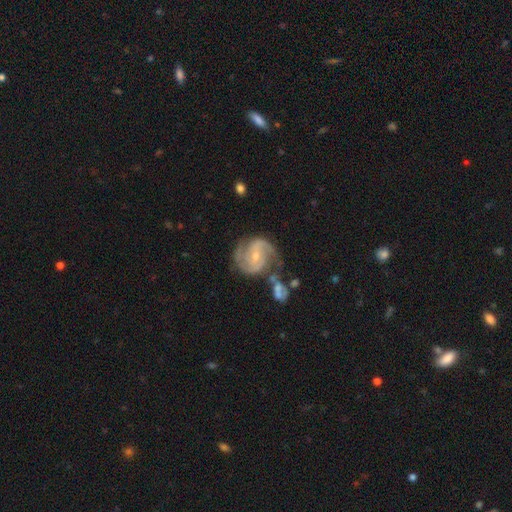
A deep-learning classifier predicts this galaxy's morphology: Smooth or featured? Predicted: featured or disk (p=0.90). Edge-on disk? Predicted: no (p=0.98). Bar? Predicted: weak (p=0.47). Spiral arms? Predicted: yes (p=0.98). Spiral winding? Predicted: medium (p=0.49). Spiral arm count? Predicted: 2 (p=0.73). Bulge size? Predicted: small (p=0.63). Merging? Predicted: none (p=0.56).